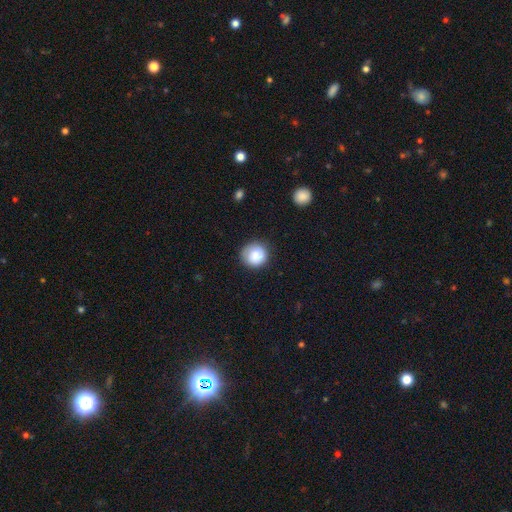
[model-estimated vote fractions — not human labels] Overall: smooth (84%). How rounded: round (91%). Merging: none (82%).